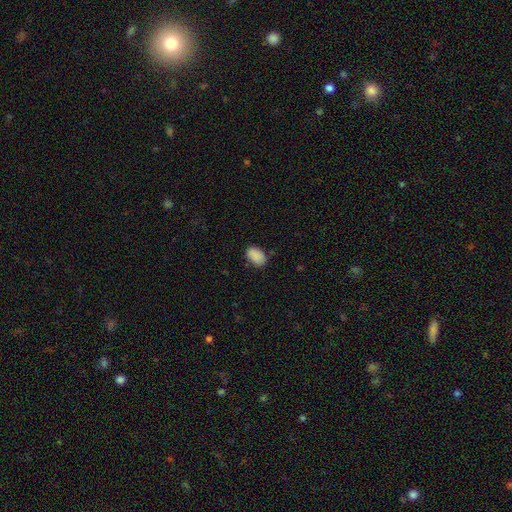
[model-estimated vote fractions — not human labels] Smooth or featured? Predicted: smooth (p=0.89). How rounded? Predicted: in between (p=0.90). Merging? Predicted: none (p=0.79).